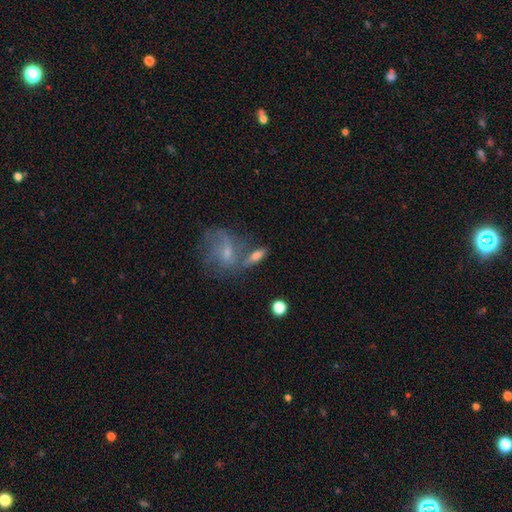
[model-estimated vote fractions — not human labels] This is possibly a smooth galaxy (53%). How rounded: likely in between (63%). Merging: possibly none (49%).